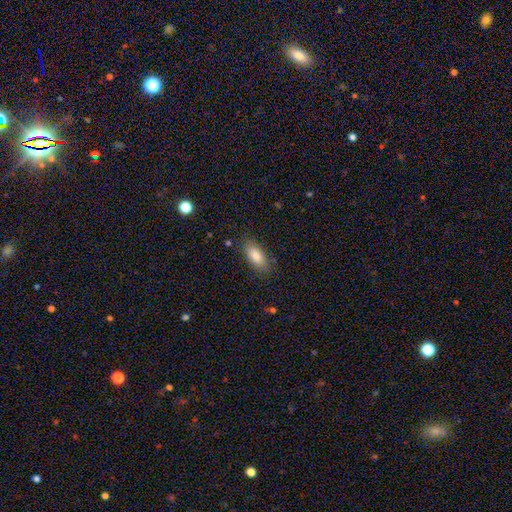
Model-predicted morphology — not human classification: This appears to be a smooth galaxy with no disk features (84%) that is in between round and cigar-shaped (84%). Merging: none (84%).